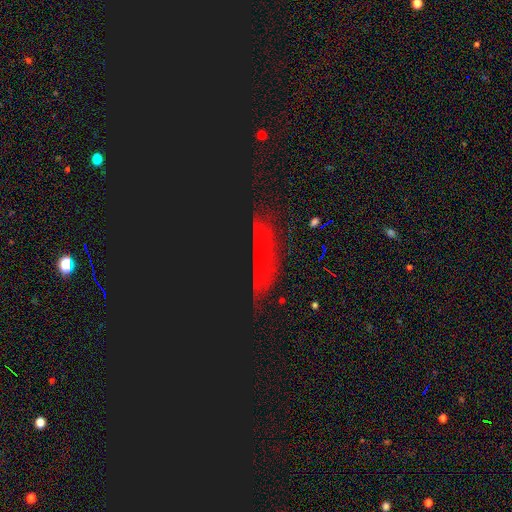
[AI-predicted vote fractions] smooth_or_featured: star or artifact (p=0.52) [alt: smooth p=0.31]